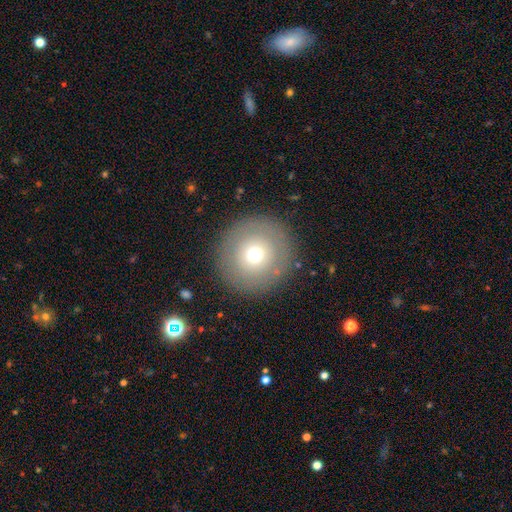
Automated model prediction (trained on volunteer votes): Morphology: type=smooth (68%); roundness=round (96%); merging=none (89%).